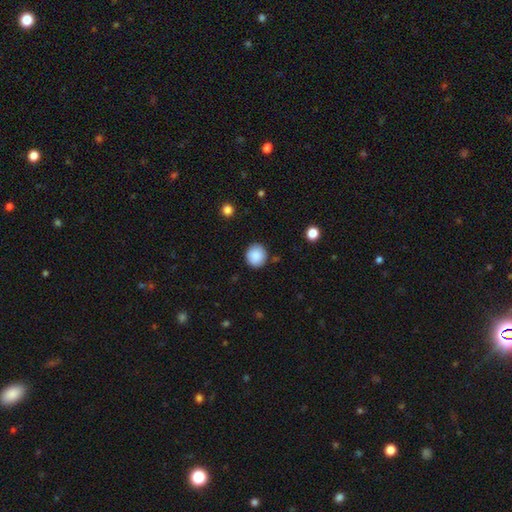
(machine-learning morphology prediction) type=smooth (88%); roundness=round (89%); merging=none (88%).